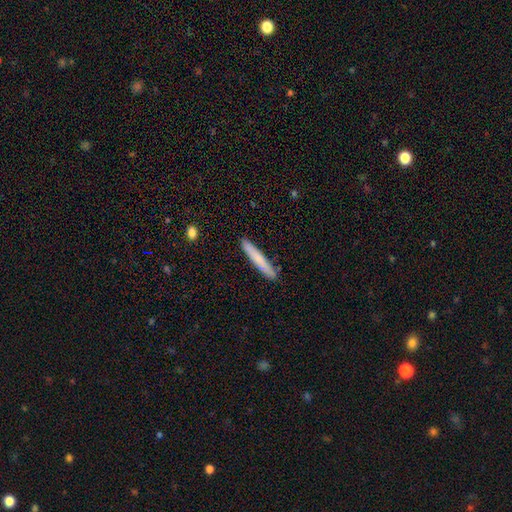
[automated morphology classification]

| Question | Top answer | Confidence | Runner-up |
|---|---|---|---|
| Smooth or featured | smooth | 71% | featured or disk (23%) |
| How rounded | cigar-shaped | 95% | in between (4%) |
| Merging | none | 89% | minor disturbance (8%) |